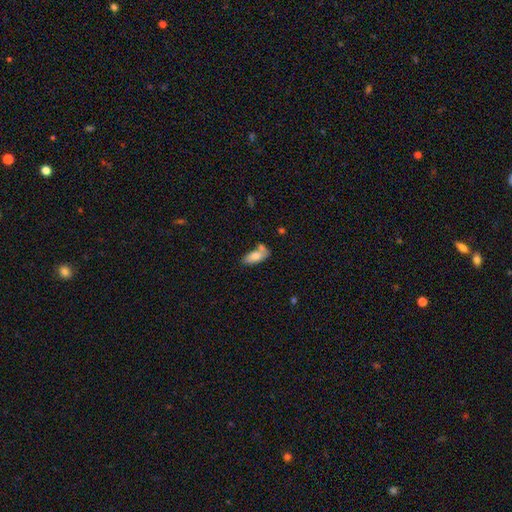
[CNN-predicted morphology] Overall: smooth (77%). How rounded: in between (87%). Merging: none (49%; merger 25%).